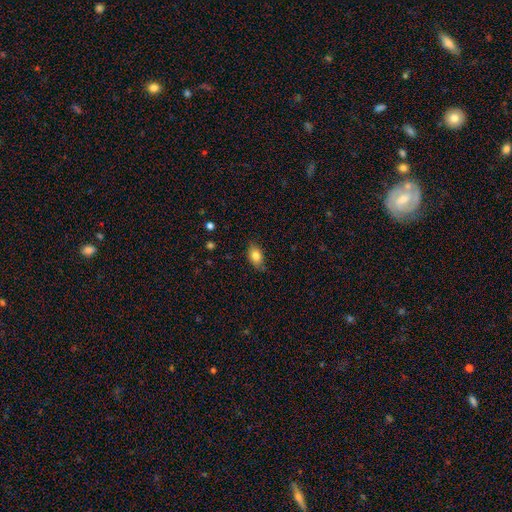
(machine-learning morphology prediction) Smooth or featured: smooth — 81% (featured or disk — 11%)
How rounded: in between — 83% (round — 14%)
Merging: none — 76% (minor disturbance — 20%)